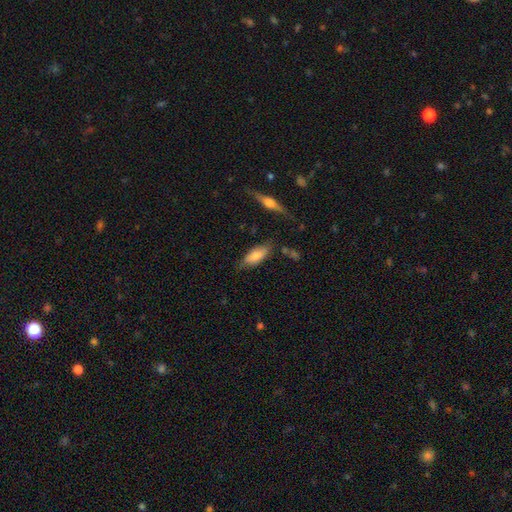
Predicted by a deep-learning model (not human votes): Smooth or featured? smooth (74%)
How rounded? in between (75%)
Merging? none (68%)